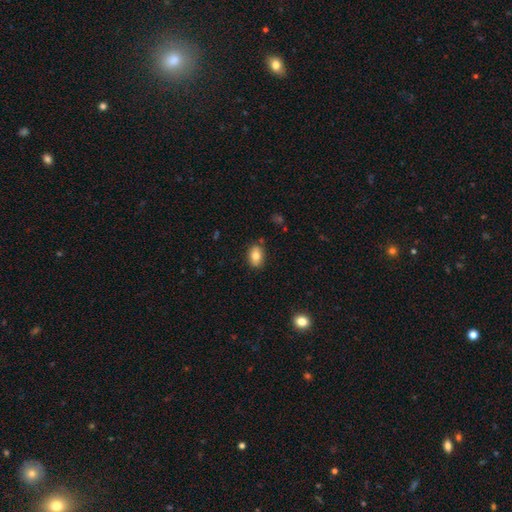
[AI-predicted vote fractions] This appears to be a smooth galaxy with no disk features (81%) that is in between round and cigar-shaped (85%). Merging: none (83%).